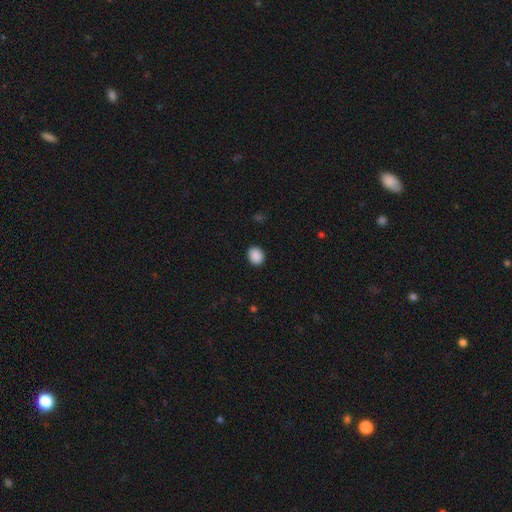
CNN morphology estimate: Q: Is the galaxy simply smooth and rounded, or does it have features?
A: smooth — 90%.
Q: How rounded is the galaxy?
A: round — 61%.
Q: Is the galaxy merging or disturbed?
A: none — 91%.